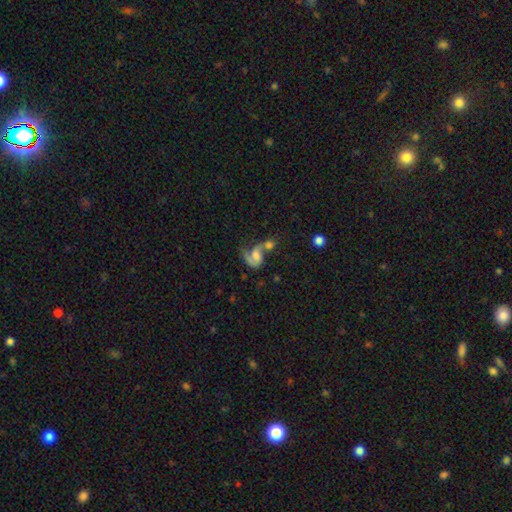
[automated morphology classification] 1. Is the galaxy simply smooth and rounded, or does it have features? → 60% featured or disk, 31% smooth, 10% star or artifact.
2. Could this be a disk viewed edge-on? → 97% no, 3% yes.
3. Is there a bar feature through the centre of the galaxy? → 61% no, 31% weak, 8% strong.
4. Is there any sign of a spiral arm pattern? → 81% yes, 19% no.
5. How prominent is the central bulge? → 43% moderate, 22% small, 18% large, 15% none, 3% dominant.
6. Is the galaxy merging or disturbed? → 56% merger, 18% major disturbance, 16% none, 9% minor disturbance.